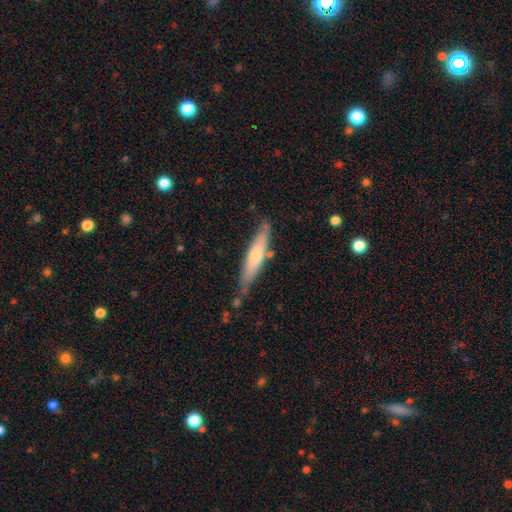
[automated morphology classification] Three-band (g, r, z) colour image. It shows a smooth galaxy with no disk features (60%) that is cigar-shaped (82%). Merging: none (74%).